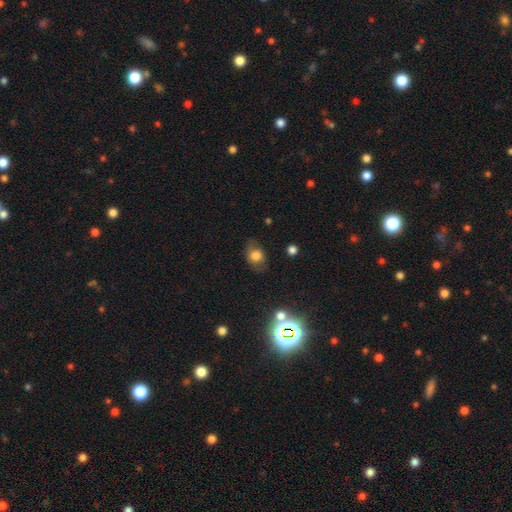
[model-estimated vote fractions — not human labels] smooth_or_featured: smooth (p=0.72) [alt: featured or disk p=0.15]
how_rounded: in between (p=0.56) [alt: round p=0.43]
merging: none (p=0.69) [alt: minor disturbance p=0.21]